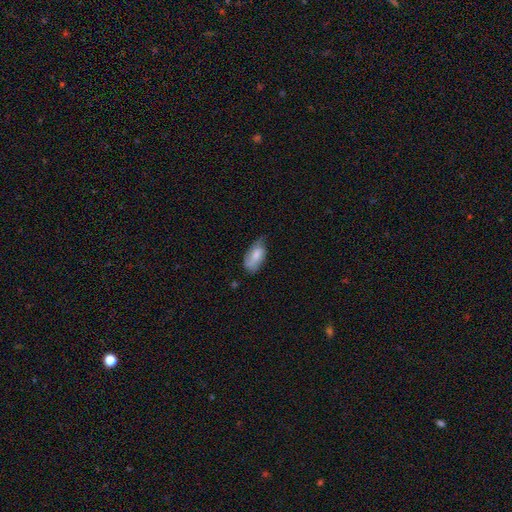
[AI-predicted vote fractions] Smooth or featured?
  - smooth: 64% *
  - featured or disk: 29%
  - star or artifact: 7%
How rounded?
  - in between: 91% *
  - cigar-shaped: 5%
  - round: 4%
Merging?
  - none: 48% *
  - minor disturbance: 38%
  - major disturbance: 11%
  - merger: 2%